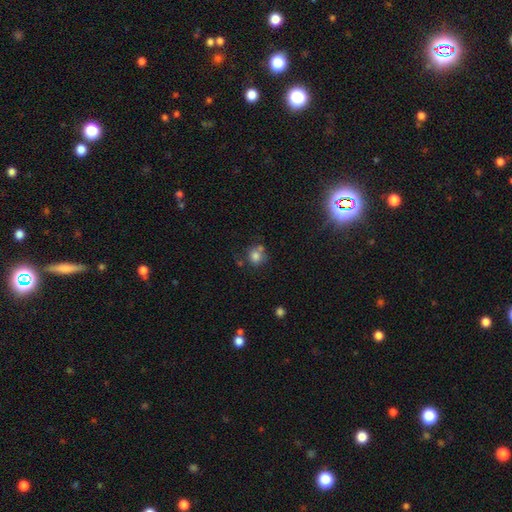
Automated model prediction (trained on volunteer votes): This appears to be a smooth galaxy with no disk features (79%) that is round (83%). Merging: none (57%).